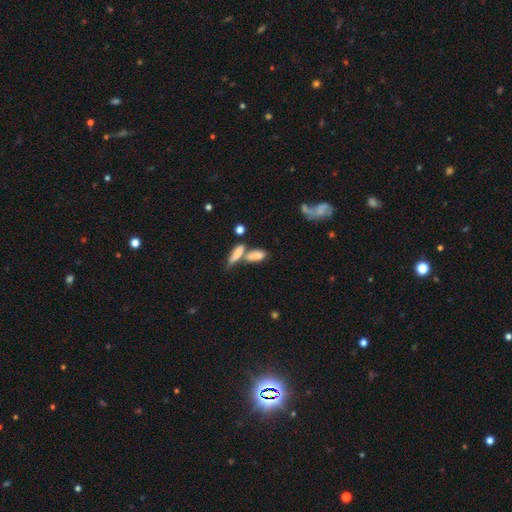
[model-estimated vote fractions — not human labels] Overall: smooth (75%). How rounded: in between (72%). Merging: merger (52%; none 32%).